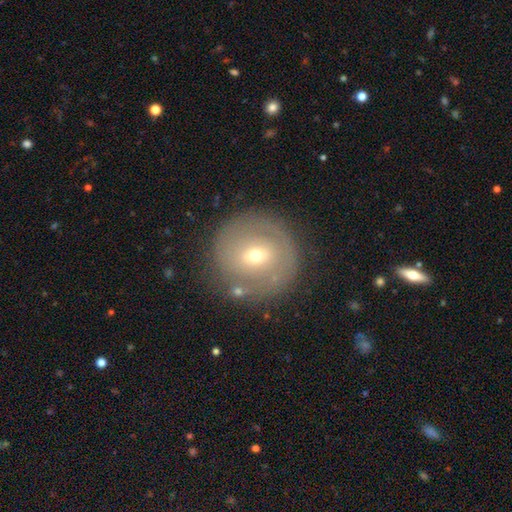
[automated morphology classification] smooth-or-featured: featured or disk: 51% | smooth: 39% | star or artifact: 10%
  disk-edge-on: no: 95% | yes: 5%
  merging: none: 81% | minor disturbance: 11% | major disturbance: 5% | merger: 3%